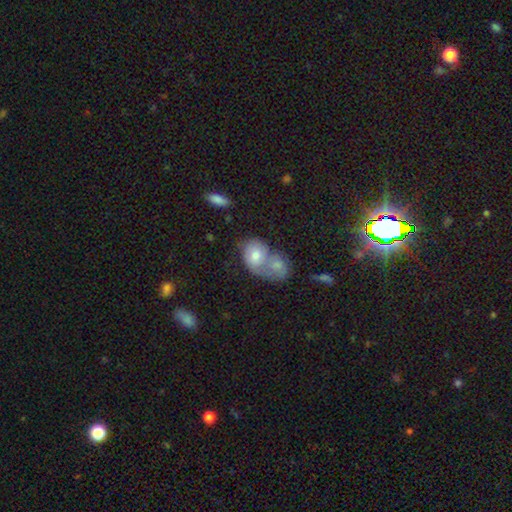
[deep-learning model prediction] Q: Smooth or featured?
A: smooth (67%); runner-up: featured or disk (25%)
Q: How rounded?
A: in between (66%); runner-up: round (32%)
Q: Merging?
A: merger (69%); runner-up: none (17%)